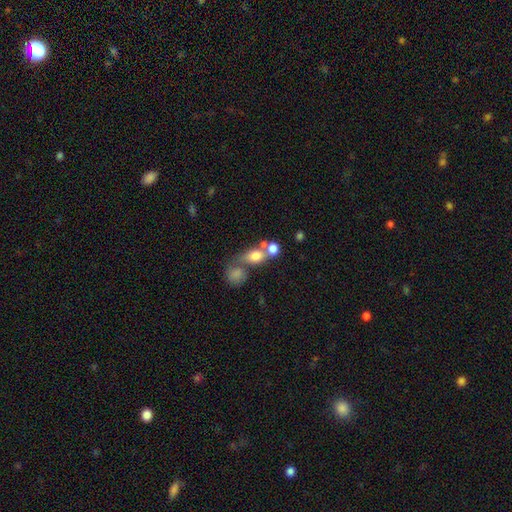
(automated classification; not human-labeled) Morphology: type=smooth (71%); roundness=in between (50%); merging=merger (53%).